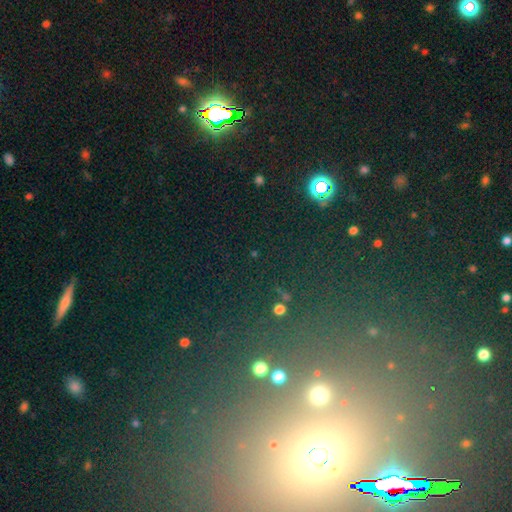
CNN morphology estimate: Overall: star or artifact (64%).